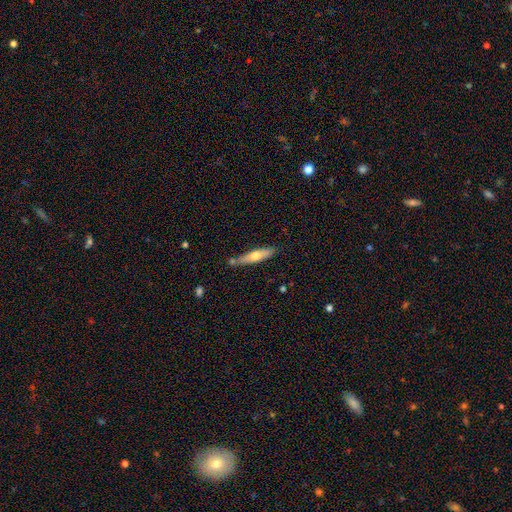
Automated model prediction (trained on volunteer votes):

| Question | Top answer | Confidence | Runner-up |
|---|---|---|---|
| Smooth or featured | smooth | 56% | featured or disk (39%) |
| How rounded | cigar-shaped | 81% | in between (18%) |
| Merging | none | 70% | minor disturbance (17%) |